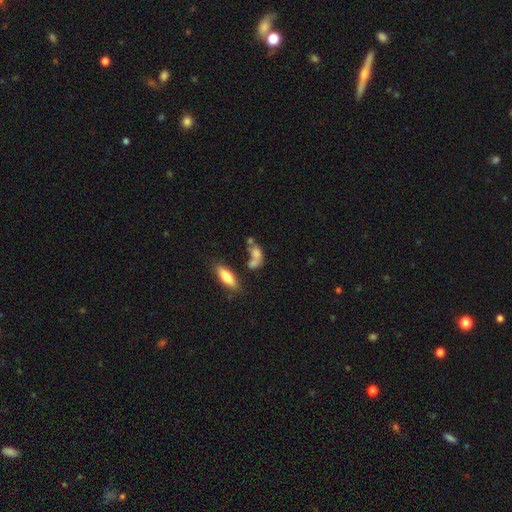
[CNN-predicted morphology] type=smooth (65%); roundness=in between (68%); merging=merger (46%).